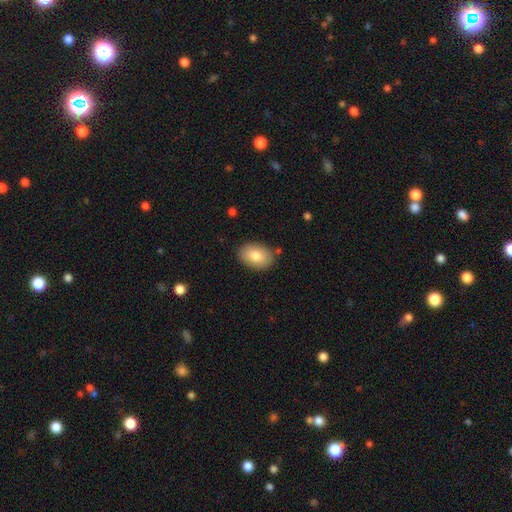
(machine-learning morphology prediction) A smooth galaxy with no disk features (81%) that is in between round and cigar-shaped (84%). Merging: none (84%).